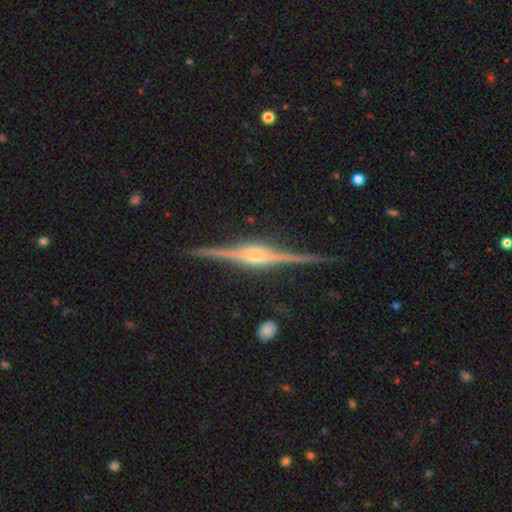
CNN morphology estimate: A featured or disk galaxy (91%) viewed edge-on (99%) with a rounded central bulge (81%). Merging: none (90%).